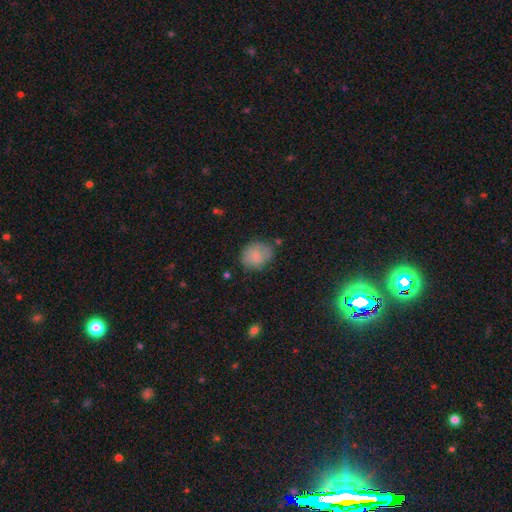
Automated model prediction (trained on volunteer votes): A smooth galaxy with no disk features (70%) that is round (56%). Merging: none (63%).